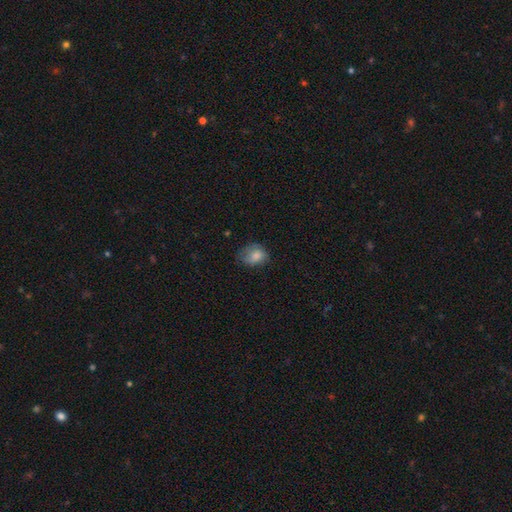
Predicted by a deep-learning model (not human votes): This is likely a smooth galaxy (78%). How rounded: possibly in between (53%). Merging: possibly none (50%).